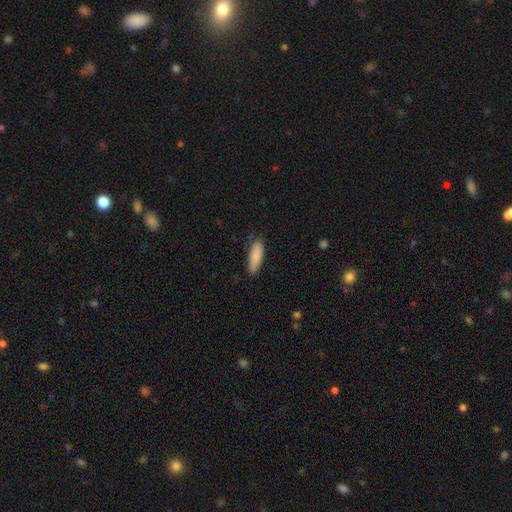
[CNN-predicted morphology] Overall: smooth (86%). How rounded: in between (52%; cigar-shaped 47%). Merging: none (85%).